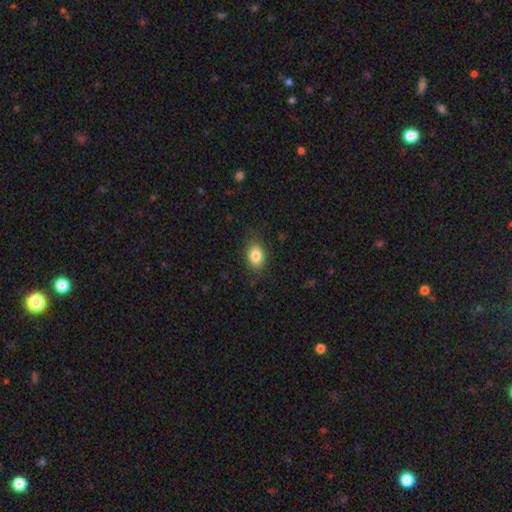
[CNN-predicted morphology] A smooth galaxy with no disk features (84%) that is in between round and cigar-shaped (71%).

Vote fractions:
- Smooth or featured? smooth: 84% / star or artifact: 9% / featured or disk: 7%
- How rounded? in between: 71% / round: 28% / cigar-shaped: 1%
- Merging? none: 82% / minor disturbance: 13% / major disturbance: 4% / merger: 1%